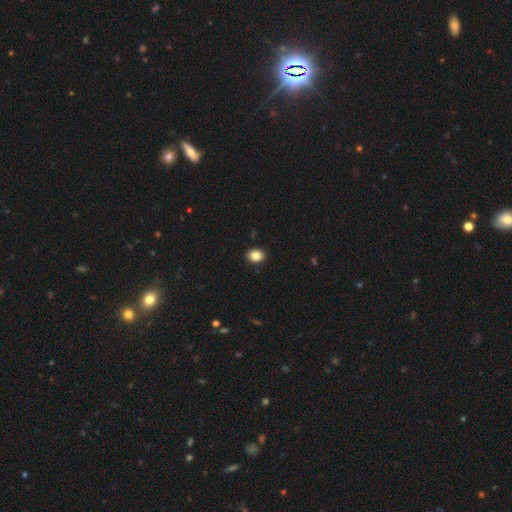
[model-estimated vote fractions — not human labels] Smooth or featured? Predicted: smooth (p=0.85). How rounded? Predicted: in between (p=0.57). Merging? Predicted: none (p=0.91).